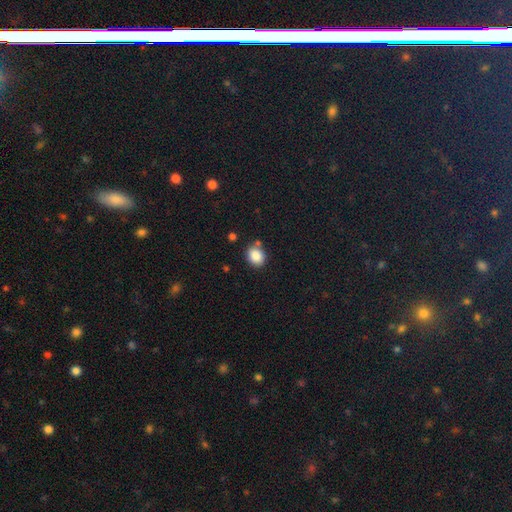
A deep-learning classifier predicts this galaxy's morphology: smooth_or_featured: smooth (p=0.86) [alt: star or artifact p=0.09]
how_rounded: round (p=0.55) [alt: in between p=0.44]
merging: none (p=0.77) [alt: minor disturbance p=0.12]